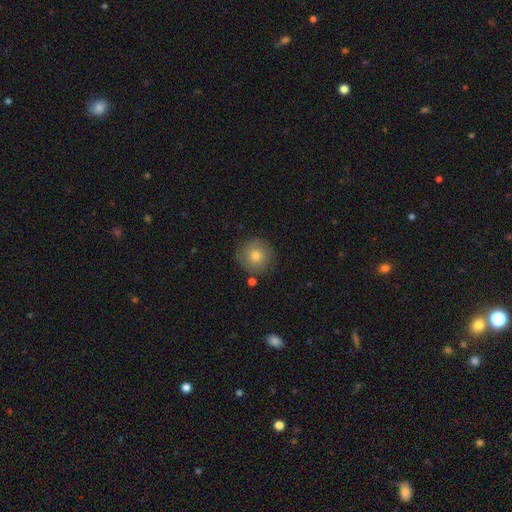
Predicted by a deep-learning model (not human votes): Smooth or featured? Predicted: smooth (p=0.77). How rounded? Predicted: round (p=0.95). Merging? Predicted: none (p=0.86).